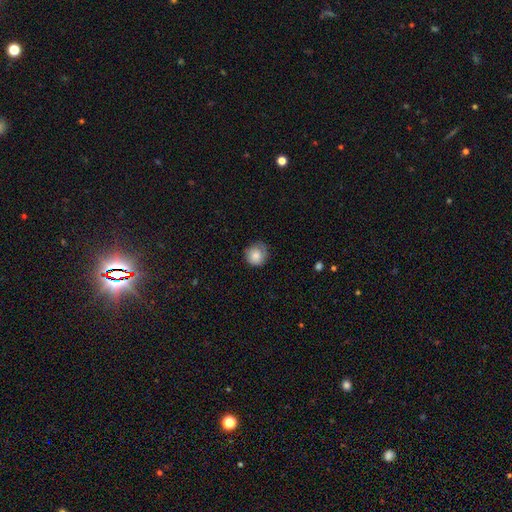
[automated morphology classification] Overall: smooth (78%). How rounded: round (89%). Merging: none (67%).